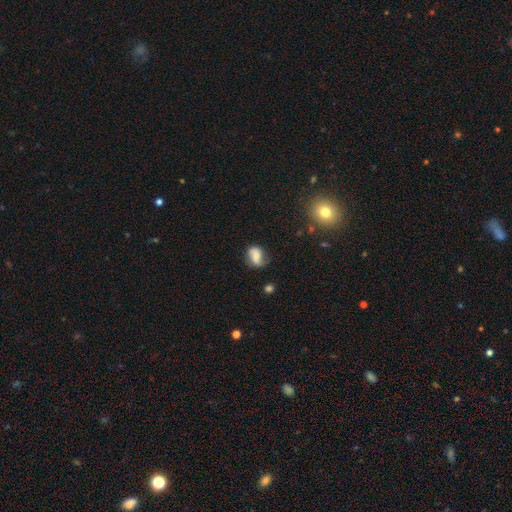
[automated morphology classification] Smooth or featured? featured or disk (45%, tied with smooth)
Merging? none (59%)